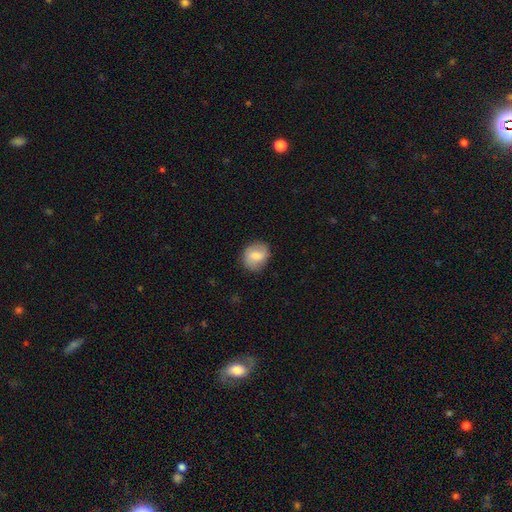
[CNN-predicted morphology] A smooth galaxy with no disk features (72%) that is round (69%).

Vote fractions:
- Smooth or featured? smooth: 72% / featured or disk: 20% / star or artifact: 7%
- How rounded? round: 69% / in between: 30% / cigar-shaped: 1%
- Merging? none: 84% / minor disturbance: 12% / major disturbance: 3% / merger: 1%